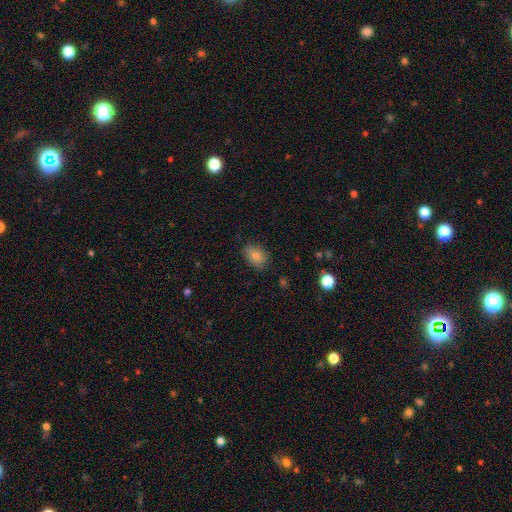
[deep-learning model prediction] This is clearly a smooth galaxy (86%). How rounded: likely in between (76%). Merging: clearly none (80%).